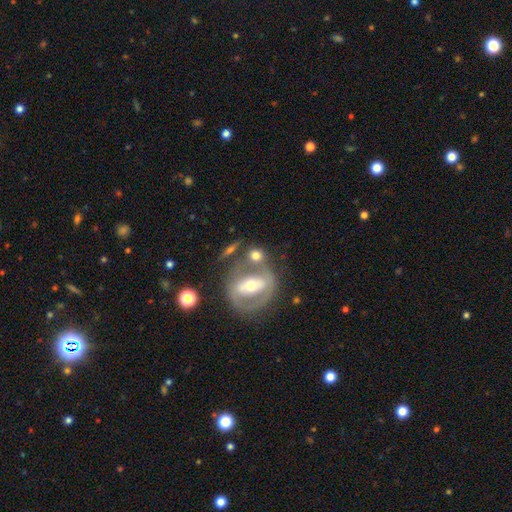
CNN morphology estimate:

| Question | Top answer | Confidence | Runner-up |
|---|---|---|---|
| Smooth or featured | featured or disk | 48% | smooth (44%) |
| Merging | none | 48% | merger (30%) |